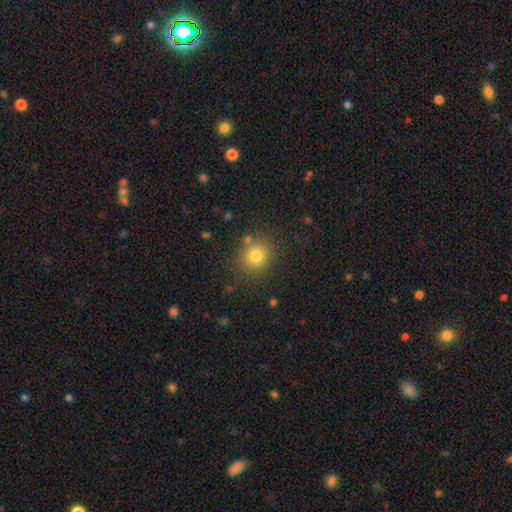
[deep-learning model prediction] smooth 79%, star or artifact 14%, featured or disk 7%. Down the decision tree: how rounded — round (83%); merging — none (82%).